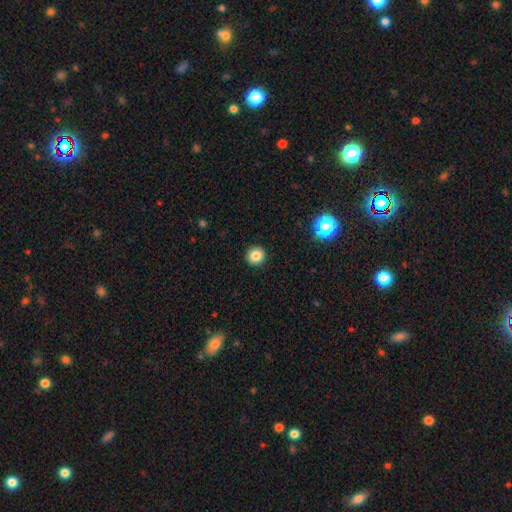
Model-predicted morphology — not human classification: Smooth or featured? smooth (83%)
How rounded? round (89%)
Merging? none (92%)